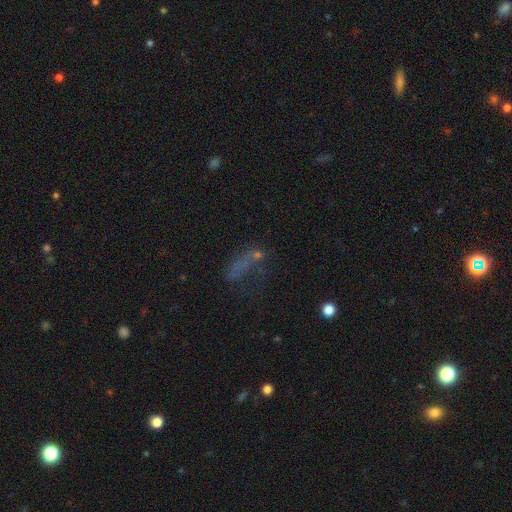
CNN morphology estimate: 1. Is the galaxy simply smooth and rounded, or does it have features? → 44% smooth, 28% star or artifact, 28% featured or disk.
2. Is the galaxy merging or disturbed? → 38% none, 32% major disturbance, 16% minor disturbance, 14% merger.